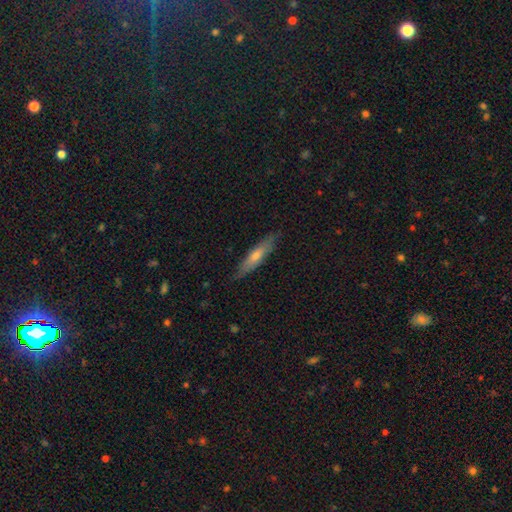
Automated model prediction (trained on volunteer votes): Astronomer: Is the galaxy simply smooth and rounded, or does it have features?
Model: smooth — 53% (runner-up: featured or disk, 41%).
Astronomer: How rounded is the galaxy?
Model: cigar-shaped — 84%.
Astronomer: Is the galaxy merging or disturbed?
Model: none — 84%.